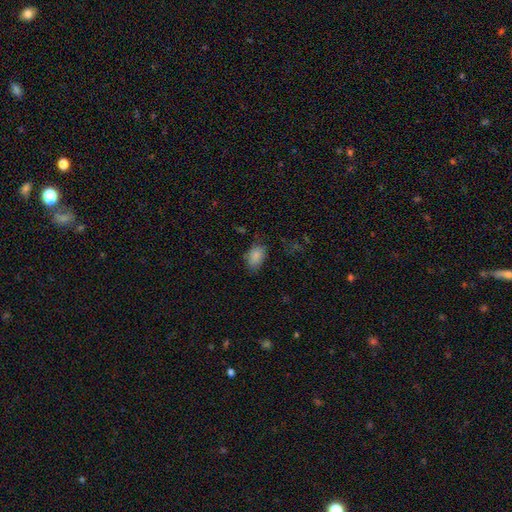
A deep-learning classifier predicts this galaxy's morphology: The model was most divided on "merging": none: 69%, minor disturbance: 23%, major disturbance: 6%, merger: 2%. More confident: how rounded — in between (86%); smooth or featured — smooth (85%).